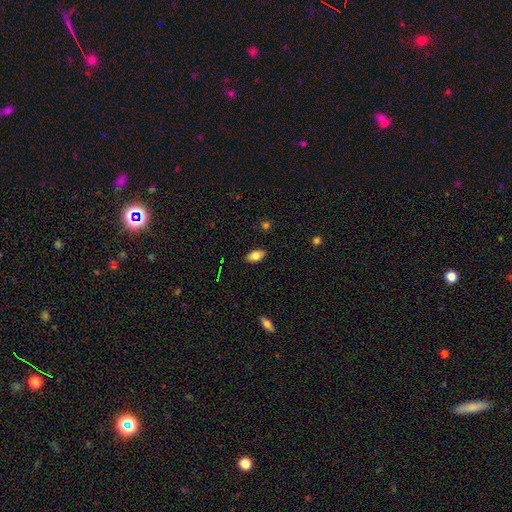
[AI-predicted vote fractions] Morphology: type=smooth (79%); roundness=in between (91%); merging=none (87%).